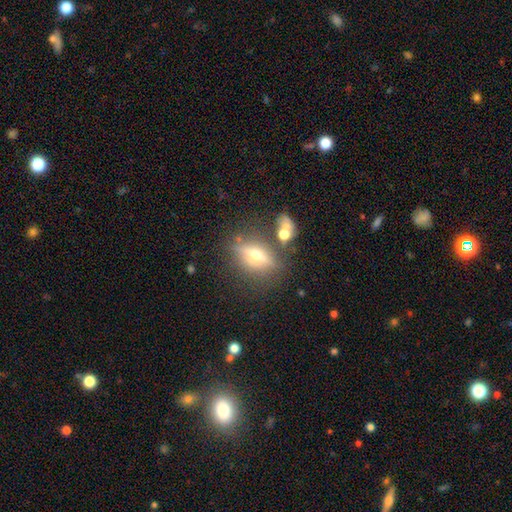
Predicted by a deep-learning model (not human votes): Smooth or featured? Predicted: featured or disk (p=0.57). Edge-on disk? Predicted: yes (p=0.80). Merging? Predicted: none (p=0.72).